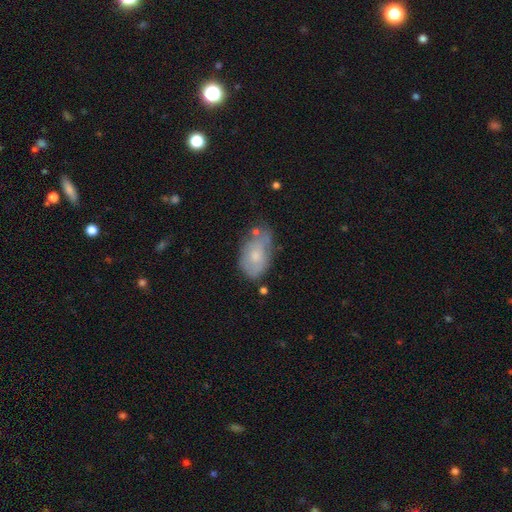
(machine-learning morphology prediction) This is possibly a smooth galaxy (55%). How rounded: clearly in between (90%). Merging: possibly none (47%).